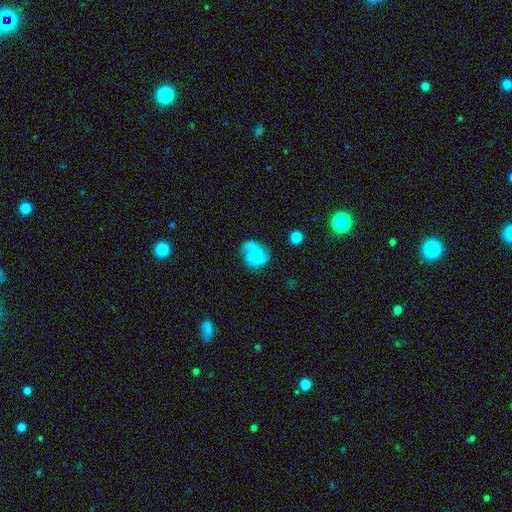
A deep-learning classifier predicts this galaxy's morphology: Smooth or featured? smooth (49%)
Merging? none (41%)